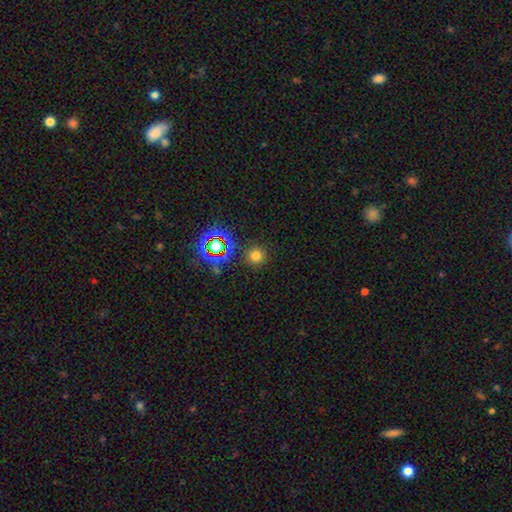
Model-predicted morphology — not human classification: A smooth galaxy with no disk features (69%) that is round (94%). Merging: none (87%).